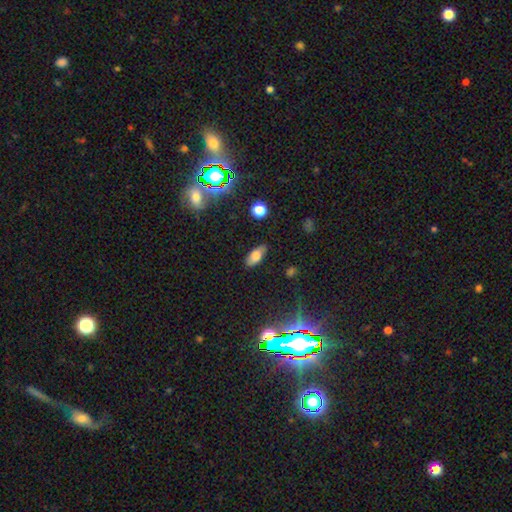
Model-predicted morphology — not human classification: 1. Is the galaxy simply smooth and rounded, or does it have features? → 72% smooth, 17% featured or disk, 11% star or artifact.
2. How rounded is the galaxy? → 86% in between, 10% cigar-shaped, 4% round.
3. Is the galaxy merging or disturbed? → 82% none, 14% minor disturbance, 3% major disturbance, 1% merger.